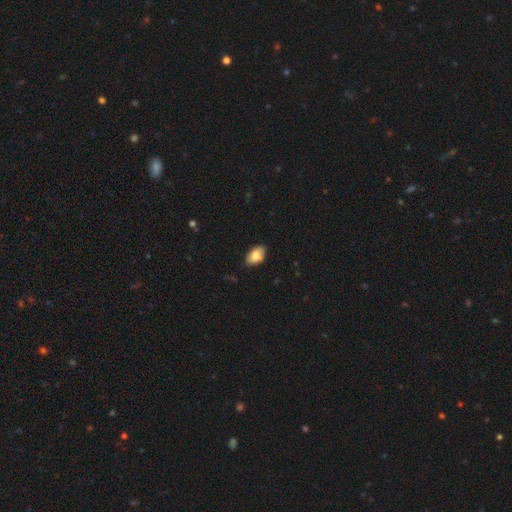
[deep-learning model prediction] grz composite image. It shows a smooth galaxy with no disk features (83%) that is in between round and cigar-shaped (92%). Merging: none (82%).